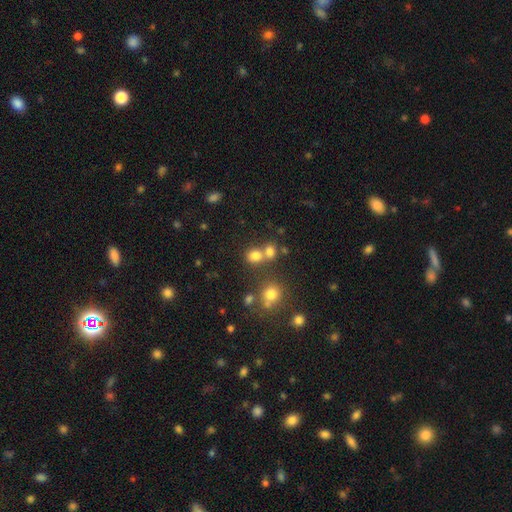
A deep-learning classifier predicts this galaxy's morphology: type=smooth (75%); roundness=round (72%); merging=none (49%).